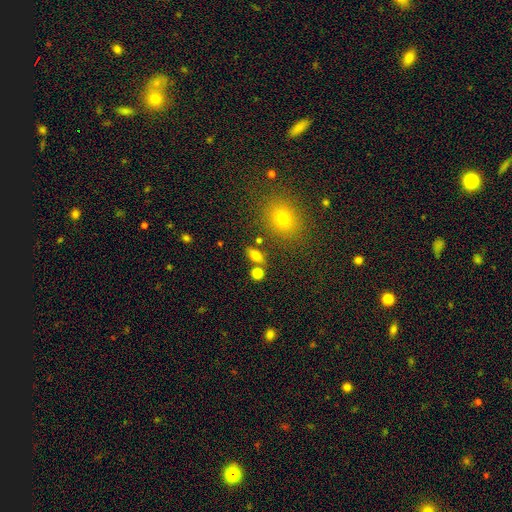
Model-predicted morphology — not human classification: This is likely a smooth galaxy (77%). How rounded: likely in between (76%). Merging: likely none (70%).